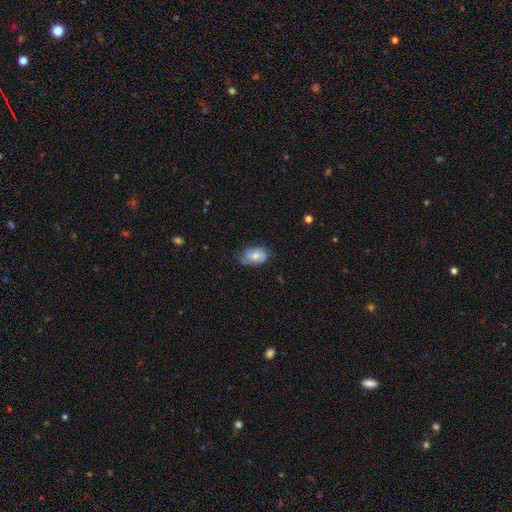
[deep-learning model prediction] Overall: smooth (54%; featured or disk 38%). How rounded: in between (84%). Merging: none (62%; minor disturbance 29%).